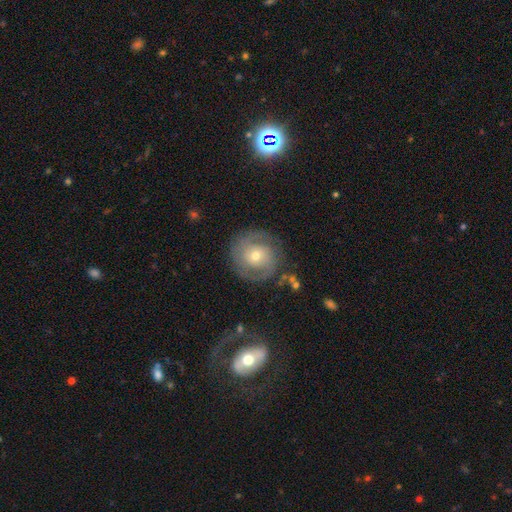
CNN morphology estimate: Overall: featured or disk (72%). Edge-on disk: no (97%). Bar: no (69%). Spiral arms: yes (87%). Spiral arm count: 2 (70%). Spiral winding: tight (53%; medium 36%). Bulge size: small (48%; moderate 47%). Merging: none (78%).